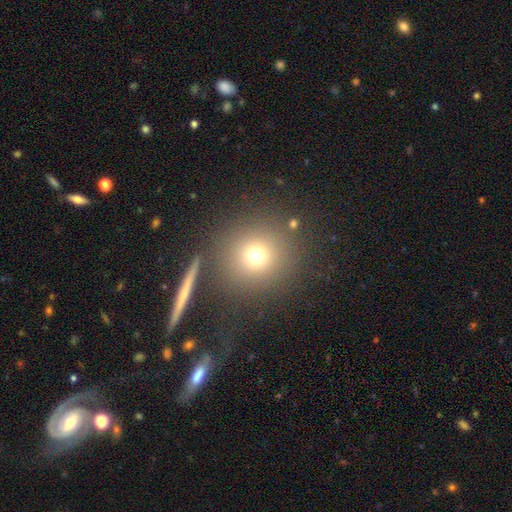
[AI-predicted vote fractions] This is likely a smooth galaxy (72%). How rounded: clearly round (91%). Merging: clearly none (81%).